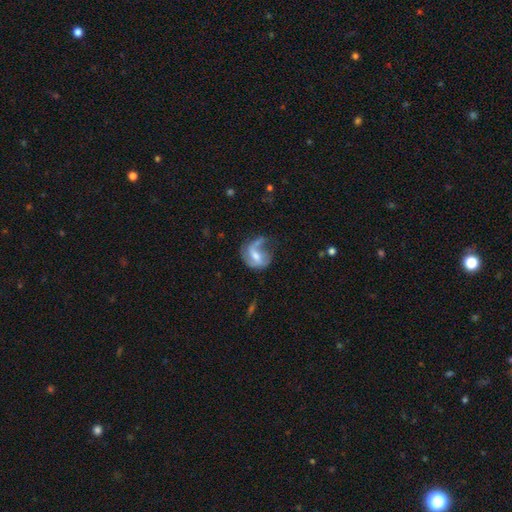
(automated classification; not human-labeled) Smooth or featured: featured or disk — 61% (smooth — 31%)
Edge-on disk: no — 96% (yes — 4%)
Bar: weak — 46% (no — 29%)
Spiral arms: yes — 72% (no — 28%)
Bulge size: moderate — 54% (small — 32%)
Merging: none — 36% (major disturbance — 31%)